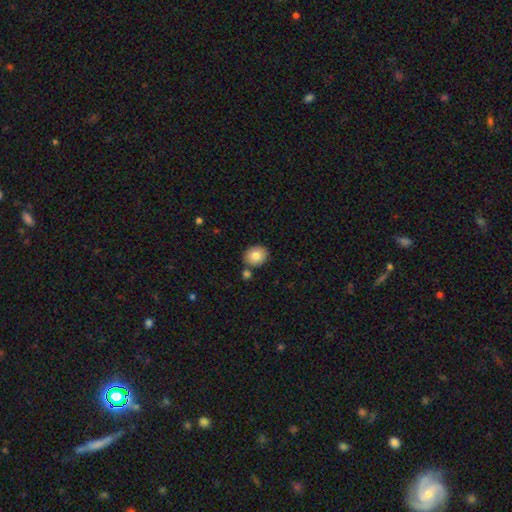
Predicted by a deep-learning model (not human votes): Morphology: type=smooth (83%); roundness=round (60%); merging=none (78%).